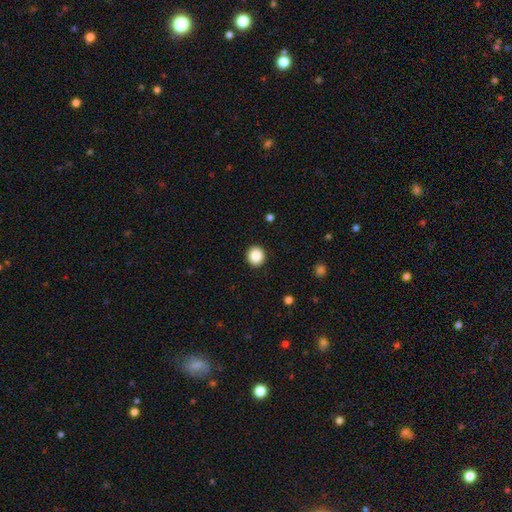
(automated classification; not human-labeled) This is clearly a smooth galaxy (87%). How rounded: clearly round (89%). Merging: clearly none (92%).